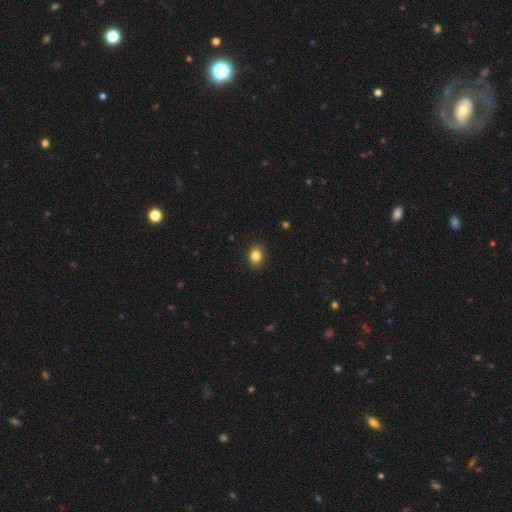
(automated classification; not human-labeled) Smooth or featured? smooth (85%)
How rounded? round (53%)
Merging? none (90%)